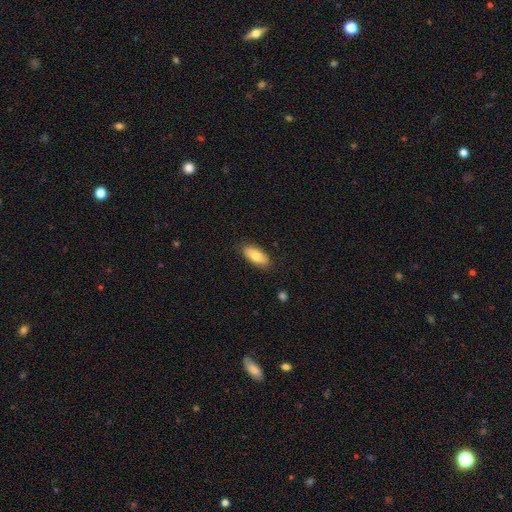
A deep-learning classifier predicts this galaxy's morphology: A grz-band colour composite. It shows a smooth galaxy with no disk features (76%) that is in between round and cigar-shaped (87%). Merging: none (86%).